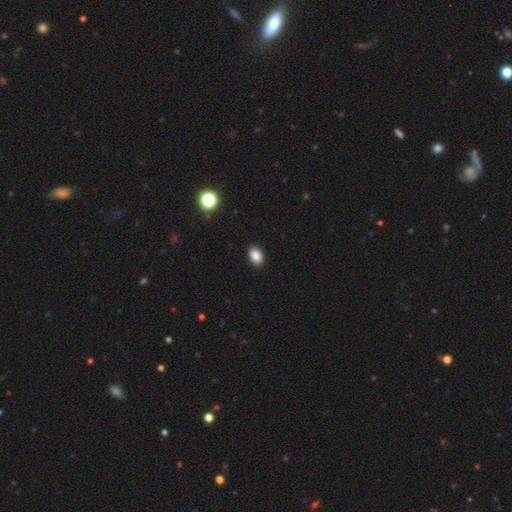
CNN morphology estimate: The model was most divided on "how rounded": in between: 79%, round: 19%, cigar-shaped: 1%. More confident: merging — none (91%); smooth or featured — smooth (86%).